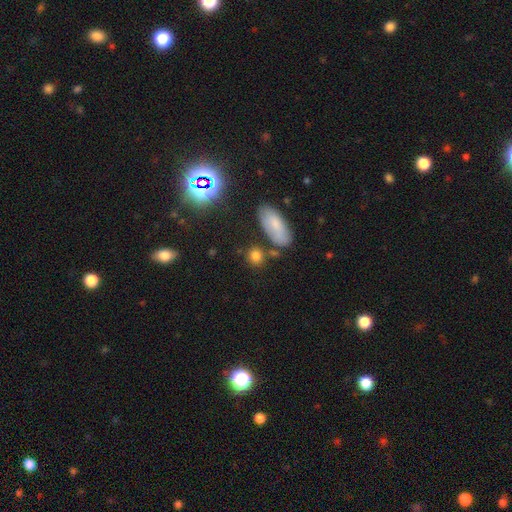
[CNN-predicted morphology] Smooth or featured: smooth — 80% (star or artifact — 13%)
How rounded: round — 70% (in between — 26%)
Merging: none — 72% (minor disturbance — 13%)